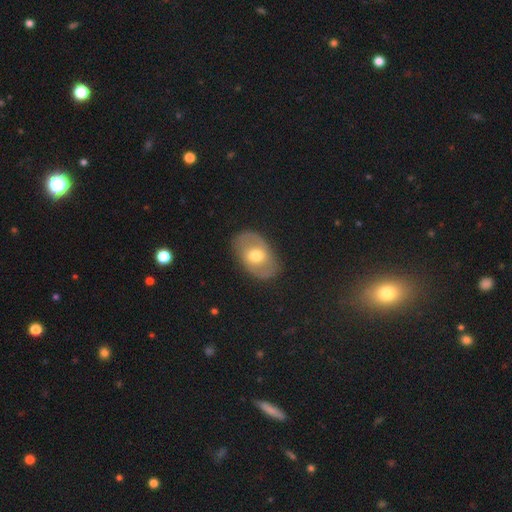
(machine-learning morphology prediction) featured or disk 48%, smooth 45%, star or artifact 6%. Down the decision tree: merging — none (82%).